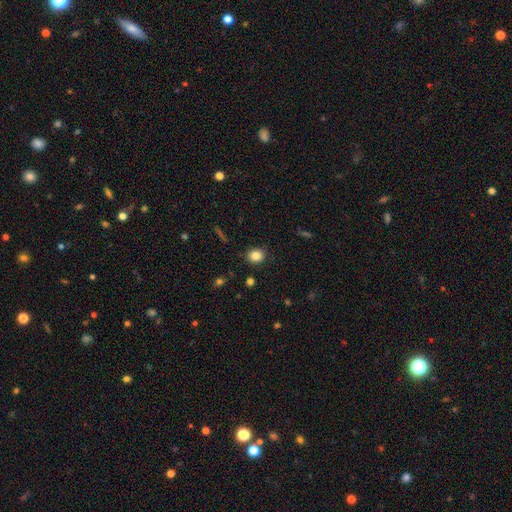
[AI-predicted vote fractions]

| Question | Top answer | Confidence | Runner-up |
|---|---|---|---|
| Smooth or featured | smooth | 83% | star or artifact (11%) |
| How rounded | round | 73% | in between (26%) |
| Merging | none | 87% | minor disturbance (9%) |